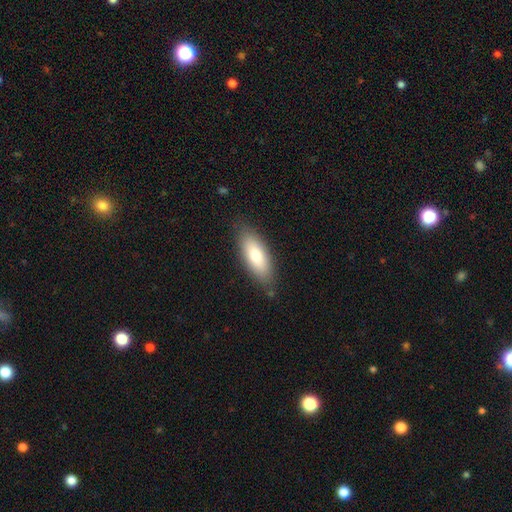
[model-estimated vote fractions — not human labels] smooth-or-featured: smooth: 75% | featured or disk: 18% | star or artifact: 6%
  how-rounded: in between: 74% | cigar-shaped: 24% | round: 2%
  merging: none: 82% | minor disturbance: 13% | major disturbance: 3% | merger: 2%